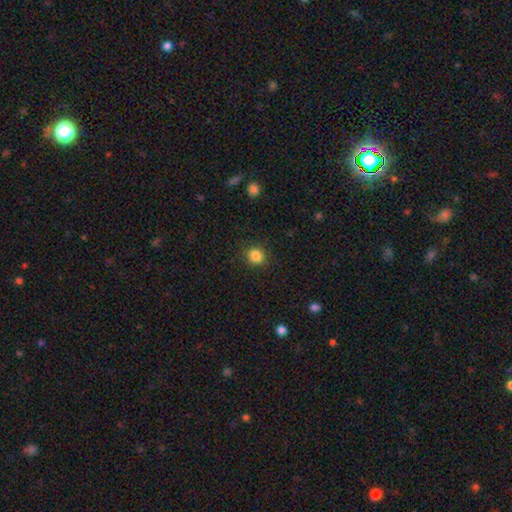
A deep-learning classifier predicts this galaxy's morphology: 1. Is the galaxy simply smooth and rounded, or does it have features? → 85% smooth, 11% star or artifact, 4% featured or disk.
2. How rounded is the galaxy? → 77% round, 22% in between, 1% cigar-shaped.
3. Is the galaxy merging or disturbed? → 87% none, 9% minor disturbance, 3% major disturbance, 1% merger.